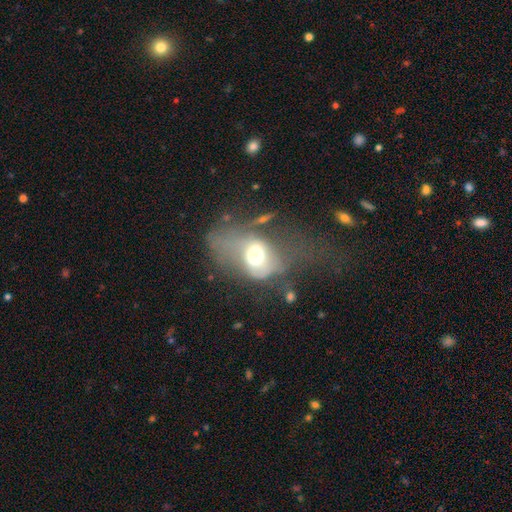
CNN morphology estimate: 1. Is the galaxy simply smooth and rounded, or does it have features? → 50% smooth, 38% featured or disk, 12% star or artifact.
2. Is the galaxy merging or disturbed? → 54% major disturbance, 19% none, 17% minor disturbance, 10% merger.